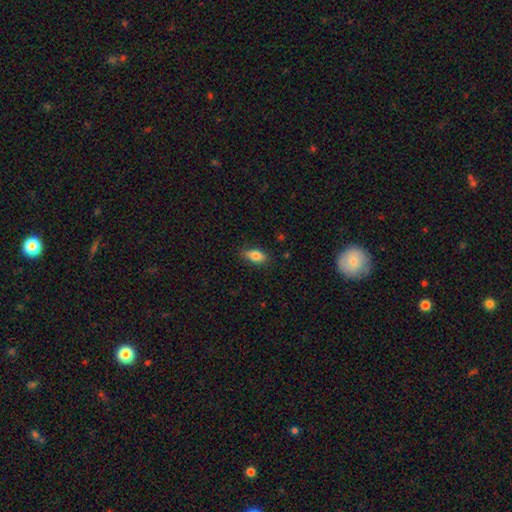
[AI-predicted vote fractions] Smooth or featured: smooth — 82% (featured or disk — 10%)
How rounded: in between — 88% (cigar-shaped — 6%)
Merging: none — 82% (minor disturbance — 14%)